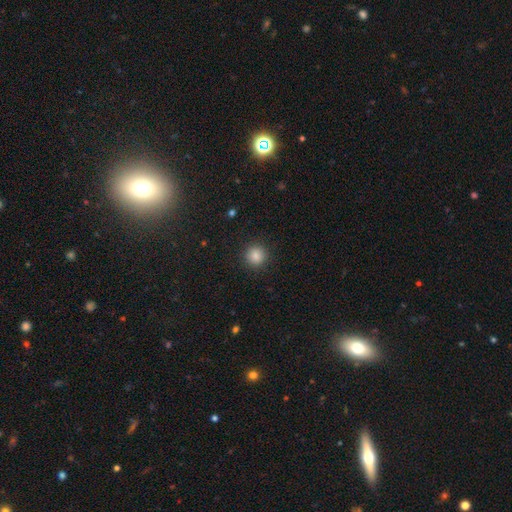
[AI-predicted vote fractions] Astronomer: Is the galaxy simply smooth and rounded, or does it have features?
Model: smooth — 85%.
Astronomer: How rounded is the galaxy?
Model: round — 93%.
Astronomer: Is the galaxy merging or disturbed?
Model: none — 91%.